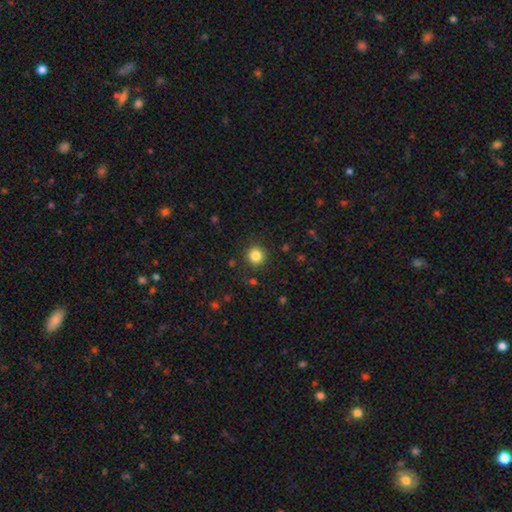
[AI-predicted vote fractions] Smooth or featured?
  - smooth: 84% *
  - star or artifact: 12%
  - featured or disk: 5%
How rounded?
  - round: 93% *
  - in between: 6%
  - cigar-shaped: 1%
Merging?
  - none: 90% *
  - minor disturbance: 6%
  - major disturbance: 3%
  - merger: 1%